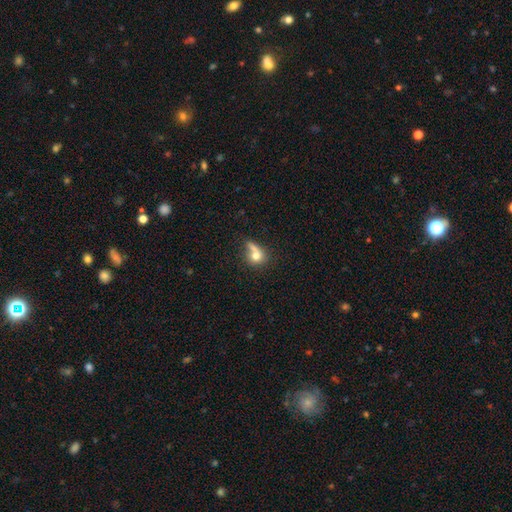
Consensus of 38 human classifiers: Morphology: type=smooth (79%); roundness=round (67%); merging=none (41%).